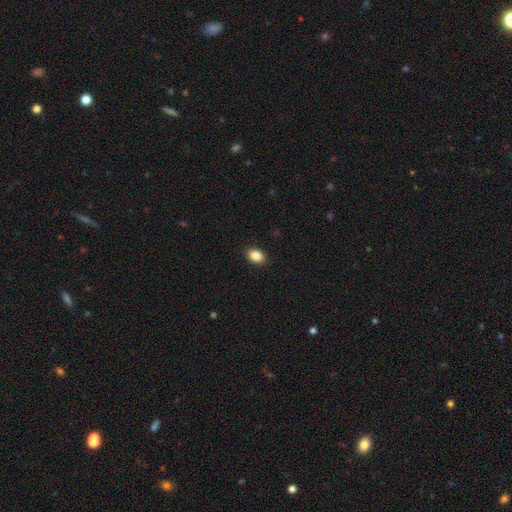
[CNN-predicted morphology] Smooth or featured?
  - smooth: 87% *
  - star or artifact: 9%
  - featured or disk: 4%
How rounded?
  - in between: 76% *
  - round: 23%
  - cigar-shaped: 1%
Merging?
  - none: 90% *
  - minor disturbance: 7%
  - major disturbance: 2%
  - merger: 1%